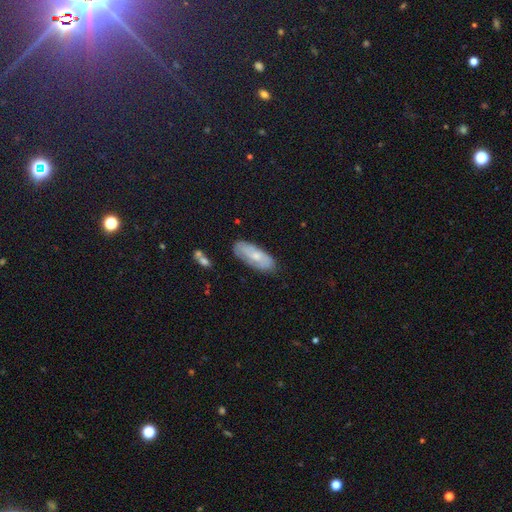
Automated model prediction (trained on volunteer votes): The model was most divided on "smooth or featured": smooth: 52%, featured or disk: 41%, star or artifact: 7%. More confident: merging — none (77%); how rounded — in between (75%).